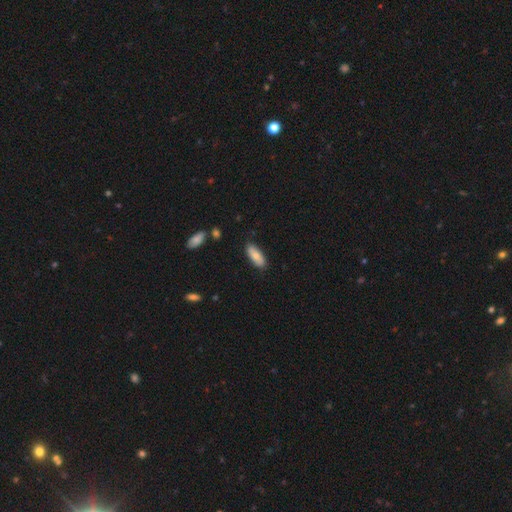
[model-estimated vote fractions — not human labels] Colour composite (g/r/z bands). It shows a smooth galaxy with no disk features (75%) that is in between round and cigar-shaped (76%). Merging: none (84%).